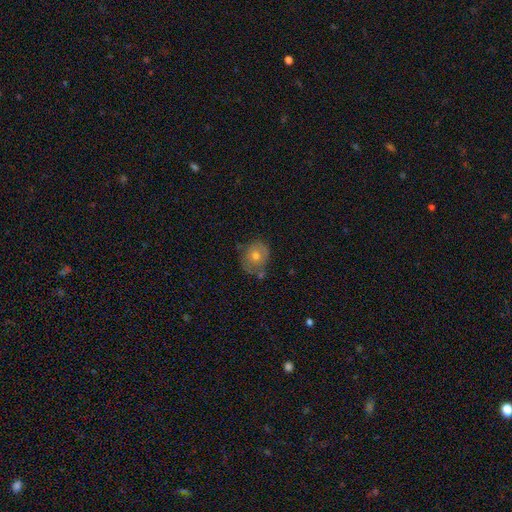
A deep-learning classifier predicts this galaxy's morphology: smooth 57%, featured or disk 32%, star or artifact 11%. Down the decision tree: how rounded — round (72%); merging — none (64%).